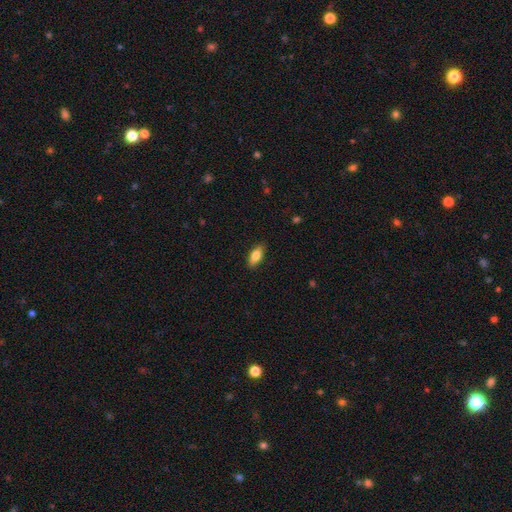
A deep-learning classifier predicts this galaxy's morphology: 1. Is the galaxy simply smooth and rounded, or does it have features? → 79% smooth, 15% featured or disk, 7% star or artifact.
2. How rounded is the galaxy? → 84% in between, 13% cigar-shaped, 3% round.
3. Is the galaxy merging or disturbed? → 88% none, 9% minor disturbance, 2% major disturbance, 1% merger.